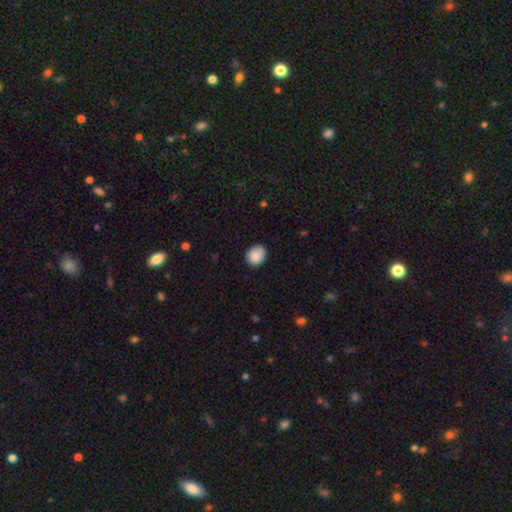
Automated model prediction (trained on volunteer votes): This is clearly a smooth galaxy (86%). How rounded: likely round (68%). Merging: likely none (75%).